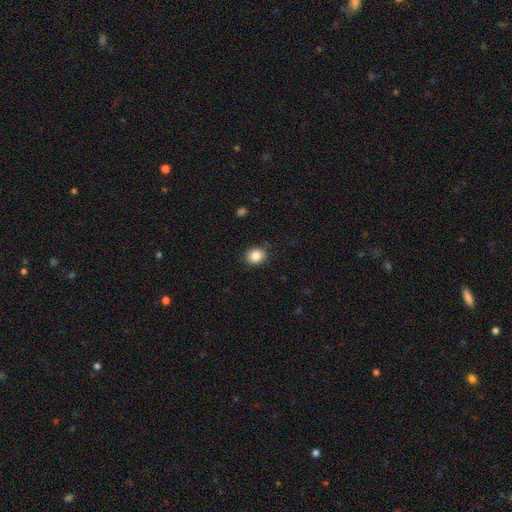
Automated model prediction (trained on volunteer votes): A smooth galaxy with no disk features (85%) that is round (66%). Merging: none (86%).